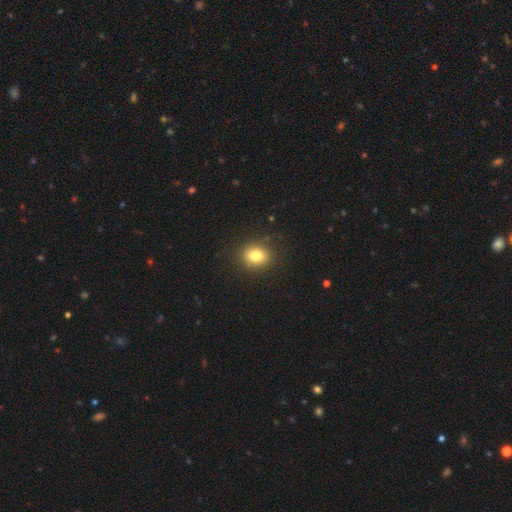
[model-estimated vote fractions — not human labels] The model was most divided on "how rounded": round: 56%, in between: 43%, cigar-shaped: 1%. More confident: merging — none (87%); smooth or featured — smooth (81%).